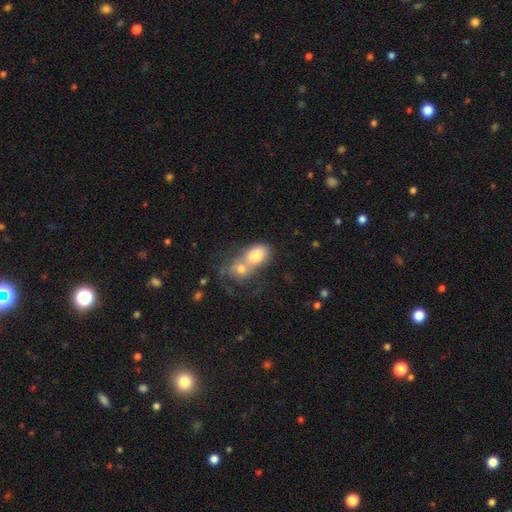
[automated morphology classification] Q: Smooth or featured?
A: smooth (75%); runner-up: featured or disk (17%)
Q: How rounded?
A: in between (76%); runner-up: round (22%)
Q: Merging?
A: merger (72%); runner-up: none (16%)